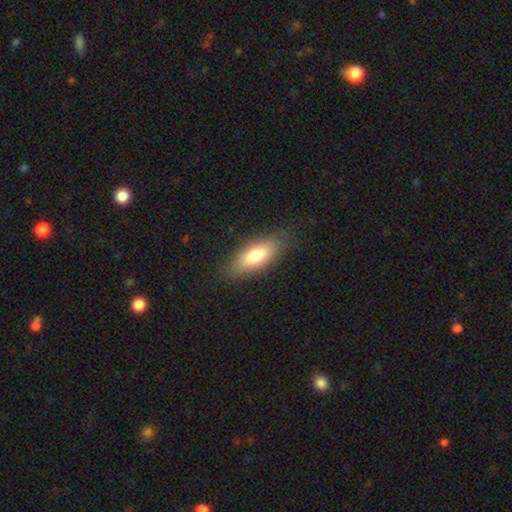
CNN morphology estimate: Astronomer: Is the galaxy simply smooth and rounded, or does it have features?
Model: smooth — 76%.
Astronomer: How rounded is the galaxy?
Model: in between — 78%.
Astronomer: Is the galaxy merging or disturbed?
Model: none — 83%.